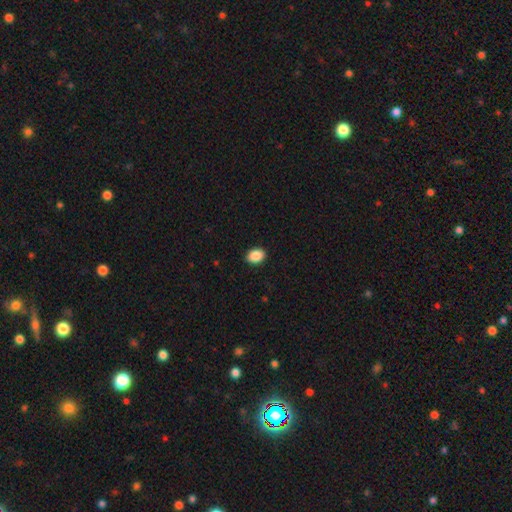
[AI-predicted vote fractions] This appears to be a smooth galaxy with no disk features (89%) that is in between round and cigar-shaped (72%). Merging: none (91%).